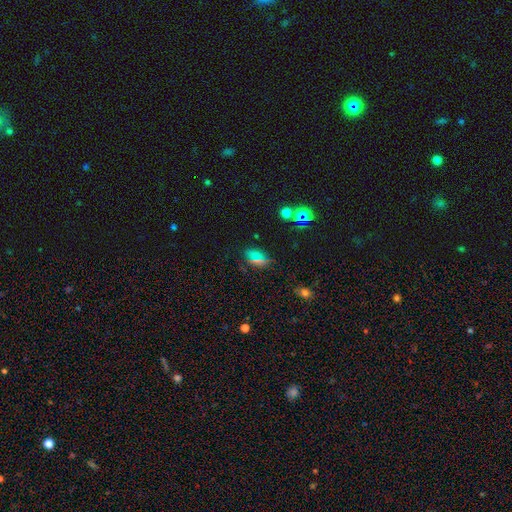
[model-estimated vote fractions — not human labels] Smooth or featured?
  - smooth: 50% *
  - star or artifact: 39%
  - featured or disk: 11%
Merging?
  - none: 72% *
  - minor disturbance: 15%
  - major disturbance: 7%
  - merger: 6%